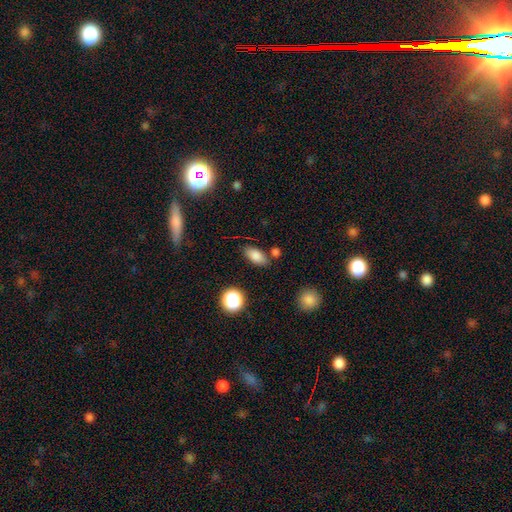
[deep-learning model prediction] The model was most divided on "merging": none: 76%, minor disturbance: 13%, merger: 7%, major disturbance: 3%. More confident: how rounded — in between (88%); smooth or featured — smooth (82%).